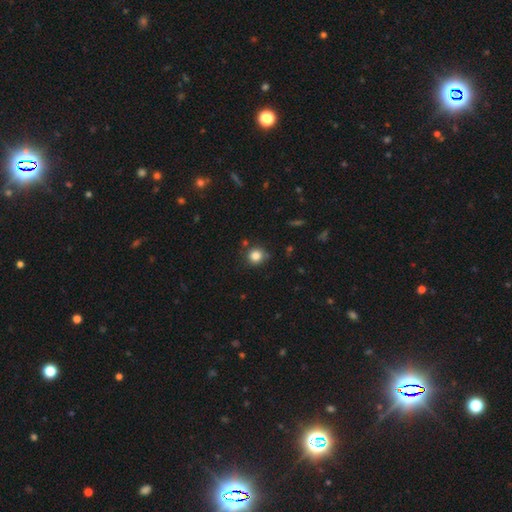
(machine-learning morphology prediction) Smooth or featured?
  - smooth: 84% *
  - star or artifact: 11%
  - featured or disk: 5%
How rounded?
  - round: 89% *
  - in between: 10%
  - cigar-shaped: 1%
Merging?
  - none: 81% *
  - minor disturbance: 12%
  - merger: 3%
  - major disturbance: 3%